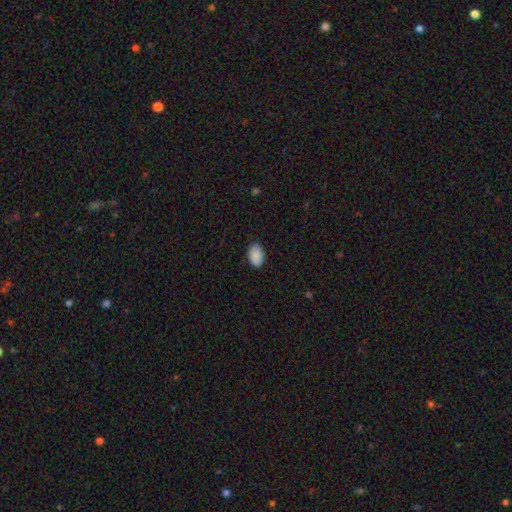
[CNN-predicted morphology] The model was most divided on "merging": none: 85%, minor disturbance: 12%, major disturbance: 2%, merger: 1%. More confident: how rounded — in between (91%); smooth or featured — smooth (90%).